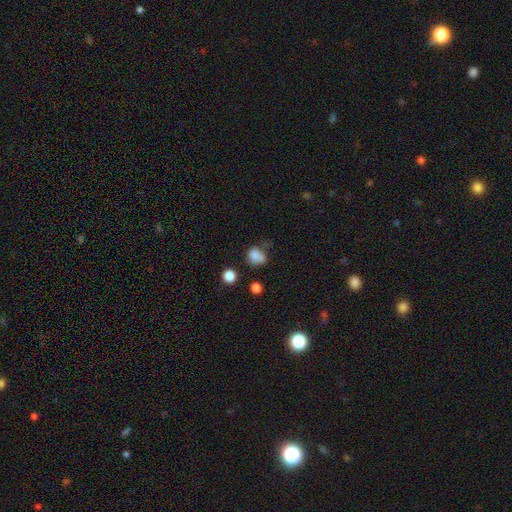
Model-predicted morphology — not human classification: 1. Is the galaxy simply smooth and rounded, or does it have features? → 79% smooth, 12% star or artifact, 9% featured or disk.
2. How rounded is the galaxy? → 66% round, 33% in between, 1% cigar-shaped.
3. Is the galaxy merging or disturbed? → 44% none, 24% minor disturbance, 18% merger, 14% major disturbance.